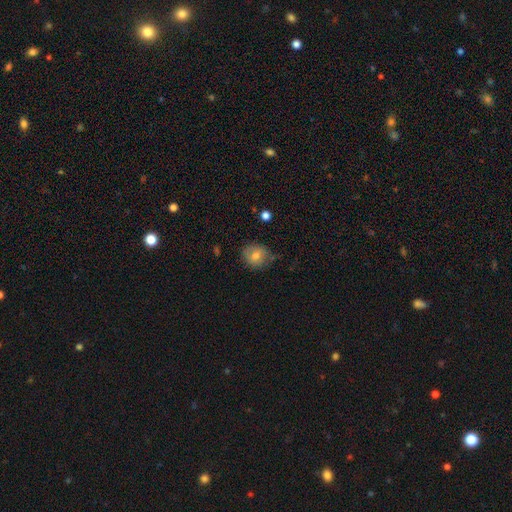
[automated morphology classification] Smooth or featured?
  - smooth: 70% *
  - featured or disk: 20%
  - star or artifact: 10%
How rounded?
  - round: 77% *
  - in between: 22%
  - cigar-shaped: 1%
Merging?
  - none: 71% *
  - minor disturbance: 21%
  - major disturbance: 5%
  - merger: 2%